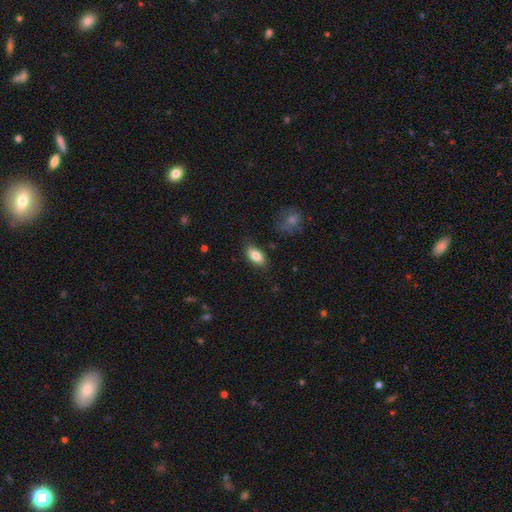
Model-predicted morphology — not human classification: smooth 84%, featured or disk 9%, star or artifact 7%. Down the decision tree: how rounded — in between (90%); merging — none (84%).